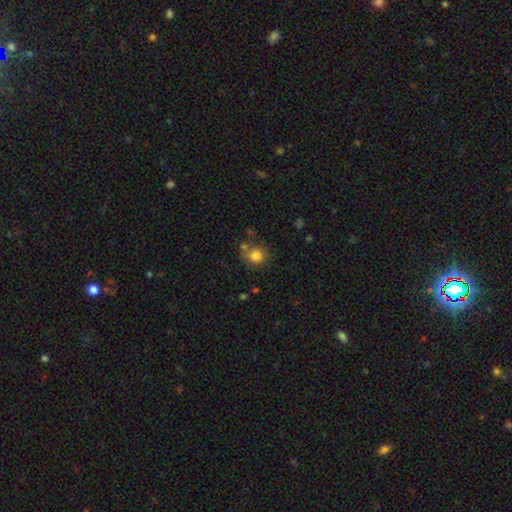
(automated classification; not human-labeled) smooth-or-featured: smooth: 83% | star or artifact: 10% | featured or disk: 7%
  how-rounded: round: 84% | in between: 15% | cigar-shaped: 1%
  merging: none: 64% | minor disturbance: 16% | merger: 14% | major disturbance: 6%